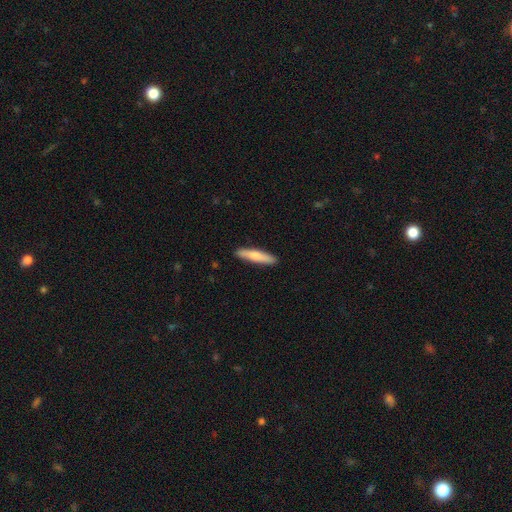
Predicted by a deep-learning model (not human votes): Smooth or featured?
  - smooth: 71% *
  - featured or disk: 24%
  - star or artifact: 5%
How rounded?
  - cigar-shaped: 87% *
  - in between: 11%
  - round: 1%
Merging?
  - none: 90% *
  - minor disturbance: 7%
  - major disturbance: 1%
  - merger: 1%